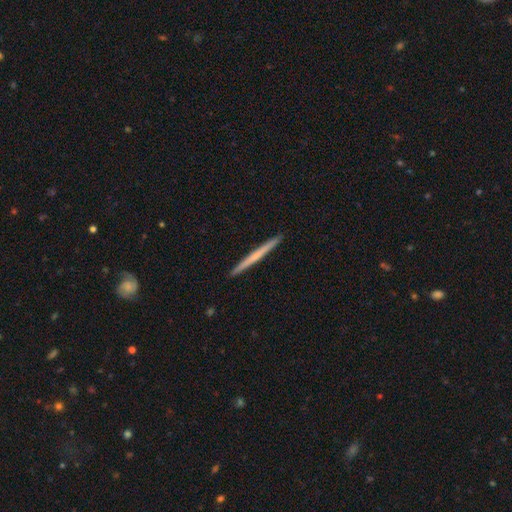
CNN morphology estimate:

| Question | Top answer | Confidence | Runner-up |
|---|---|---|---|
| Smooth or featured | smooth | 50% | featured or disk (45%) |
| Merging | none | 94% | minor disturbance (4%) |